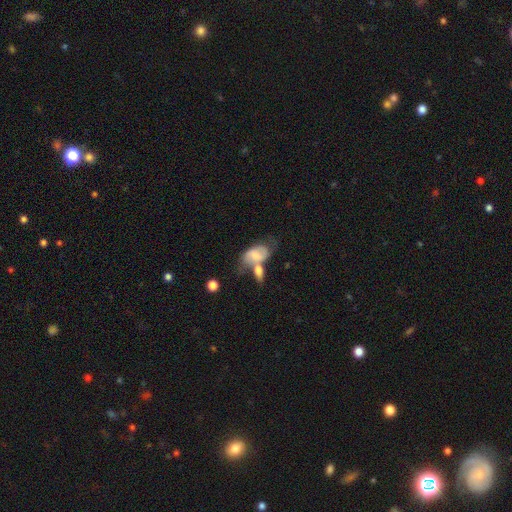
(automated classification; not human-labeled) smooth 49%, featured or disk 43%, star or artifact 7%. Down the decision tree: merging — merger (49%).